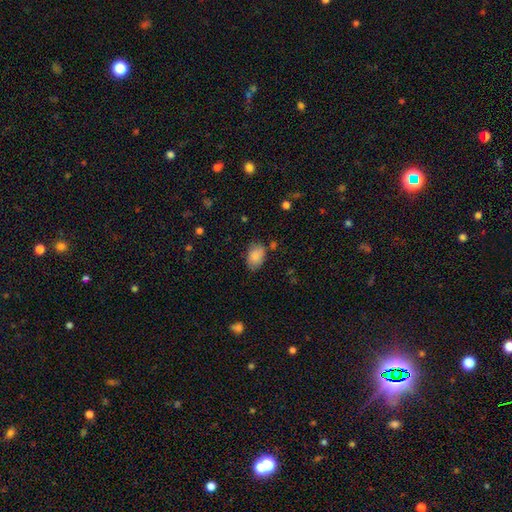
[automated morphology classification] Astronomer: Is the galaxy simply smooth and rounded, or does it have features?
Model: smooth — 86%.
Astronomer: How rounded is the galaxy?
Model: in between — 84%.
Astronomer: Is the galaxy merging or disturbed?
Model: none — 70%.